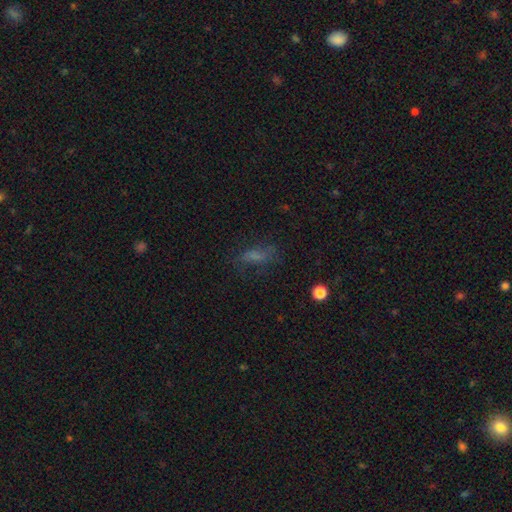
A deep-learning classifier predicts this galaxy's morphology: The model was most divided on "merging": none: 54%, minor disturbance: 22%, major disturbance: 21%, merger: 3%. More confident: how rounded — in between (66%); smooth or featured — smooth (54%).